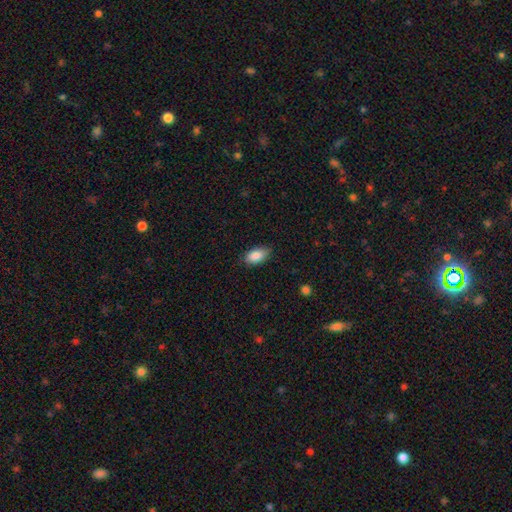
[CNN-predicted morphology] This appears to be a smooth galaxy with no disk features (88%) that is in between round and cigar-shaped (93%). Merging: none (81%).